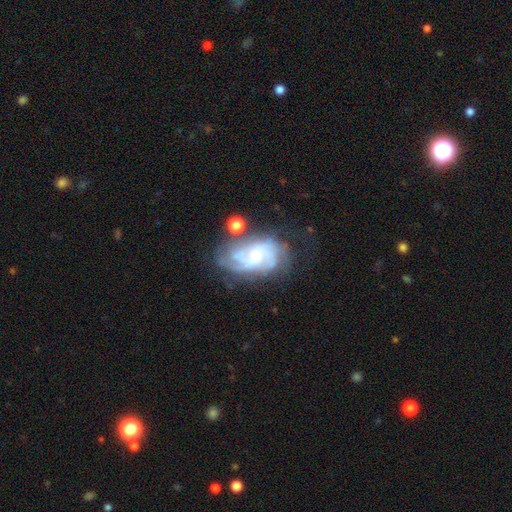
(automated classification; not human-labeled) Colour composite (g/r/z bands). It shows a featured or disk galaxy (80%) with no bar (66%), tight (51%) spiral arms (93%) and a small central bulge (68%). Merging: none (55%).